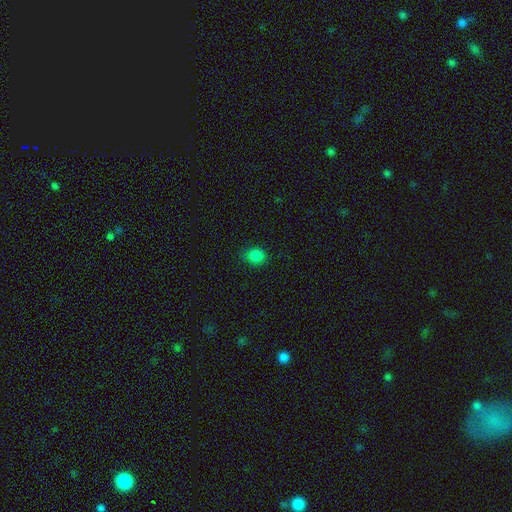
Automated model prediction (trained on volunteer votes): The model was most divided on "how rounded": round: 65%, in between: 34%, cigar-shaped: 1%. More confident: merging — none (84%); smooth or featured — smooth (83%).